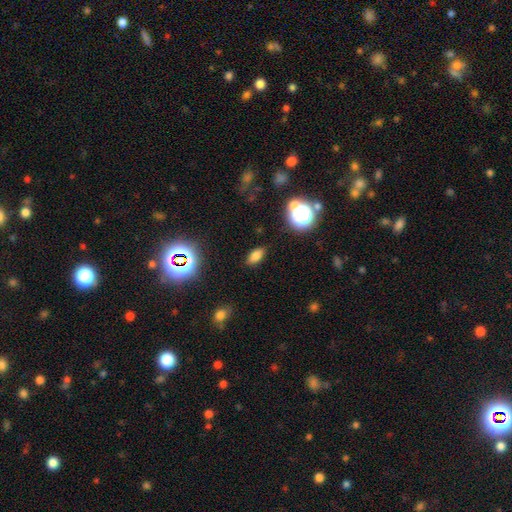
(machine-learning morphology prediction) smooth 75%, star or artifact 17%, featured or disk 8%. Down the decision tree: how rounded — in between (87%); merging — none (86%).